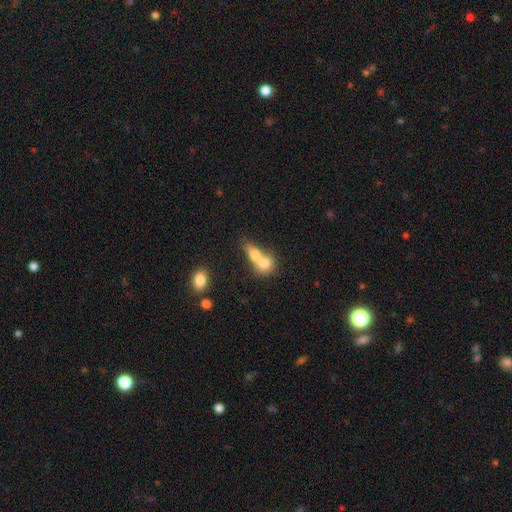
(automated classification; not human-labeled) Smooth or featured? Predicted: smooth (p=0.72). How rounded? Predicted: in between (p=0.51). Merging? Predicted: merger (p=0.75).